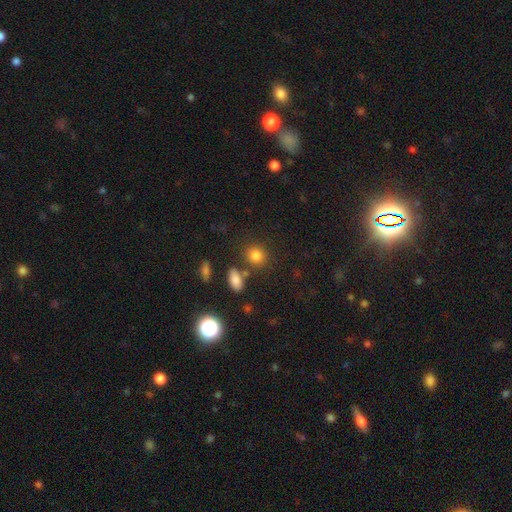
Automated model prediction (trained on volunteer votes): Smooth or featured? smooth (82%)
How rounded? round (79%)
Merging? none (76%)